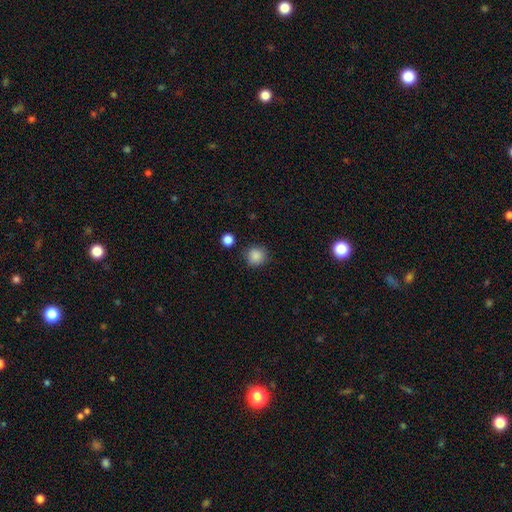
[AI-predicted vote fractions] A smooth galaxy with no disk features (87%) that is round (91%). Merging: none (84%).